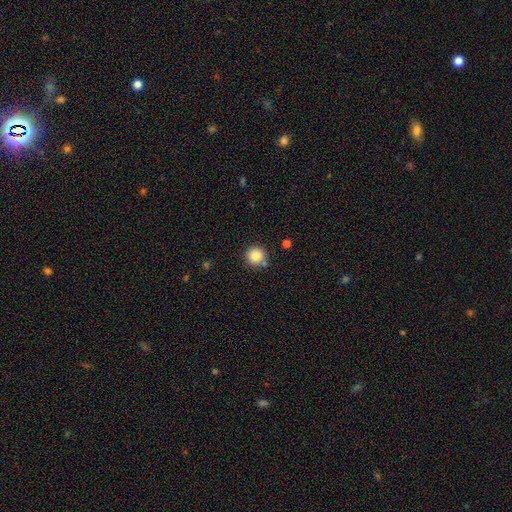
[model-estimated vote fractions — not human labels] Smooth or featured?
  - smooth: 85% *
  - star or artifact: 10%
  - featured or disk: 5%
How rounded?
  - round: 95% *
  - in between: 4%
  - cigar-shaped: 1%
Merging?
  - none: 83% *
  - minor disturbance: 9%
  - merger: 6%
  - major disturbance: 3%